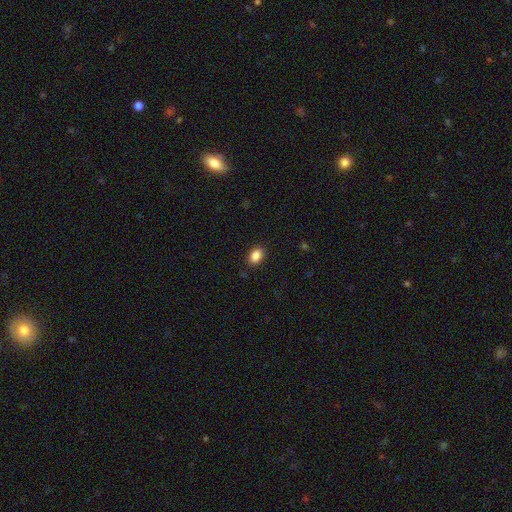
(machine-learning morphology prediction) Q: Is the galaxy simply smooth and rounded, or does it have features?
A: smooth — 87%.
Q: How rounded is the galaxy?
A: in between — 80%.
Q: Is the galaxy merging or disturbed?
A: none — 89%.